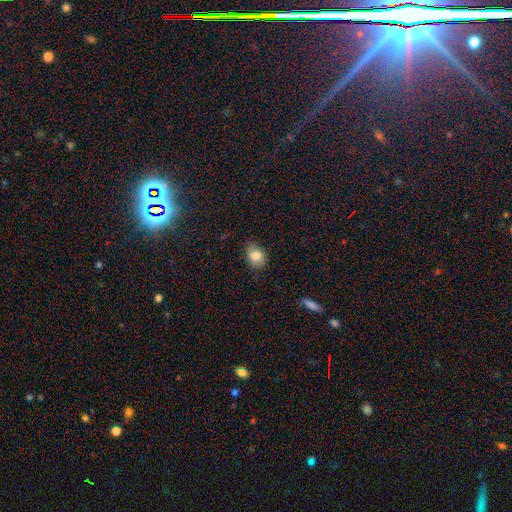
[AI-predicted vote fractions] Smooth or featured: smooth — 80% (featured or disk — 11%)
How rounded: in between — 60% (round — 39%)
Merging: none — 73% (minor disturbance — 22%)